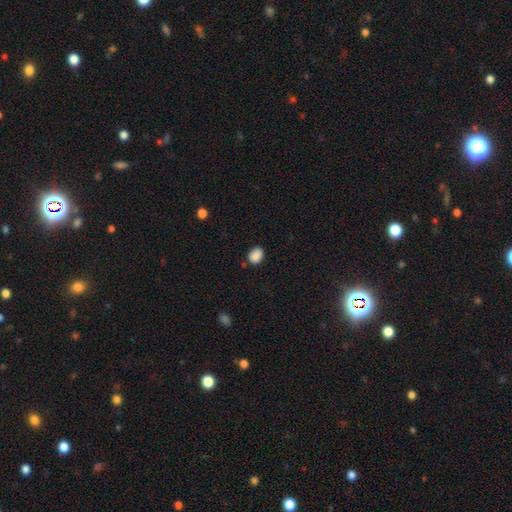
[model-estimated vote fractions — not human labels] Smooth or featured?
  - smooth: 88% *
  - star or artifact: 9%
  - featured or disk: 3%
How rounded?
  - in between: 66% *
  - round: 33%
  - cigar-shaped: 1%
Merging?
  - none: 79% *
  - minor disturbance: 15%
  - major disturbance: 3%
  - merger: 3%